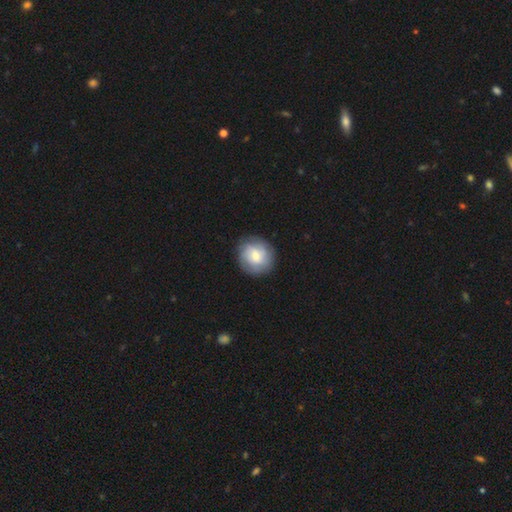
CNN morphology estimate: Q: Smooth or featured?
A: smooth (60%); runner-up: featured or disk (32%)
Q: How rounded?
A: round (87%); runner-up: in between (12%)
Q: Merging?
A: none (83%); runner-up: minor disturbance (12%)